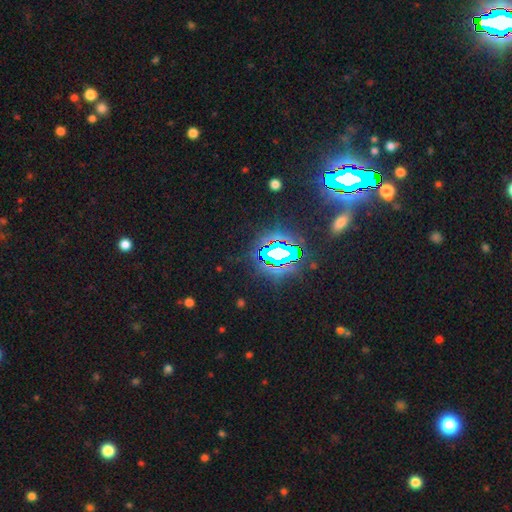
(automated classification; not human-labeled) smooth-or-featured: star or artifact: 80% | smooth: 11% | featured or disk: 9%